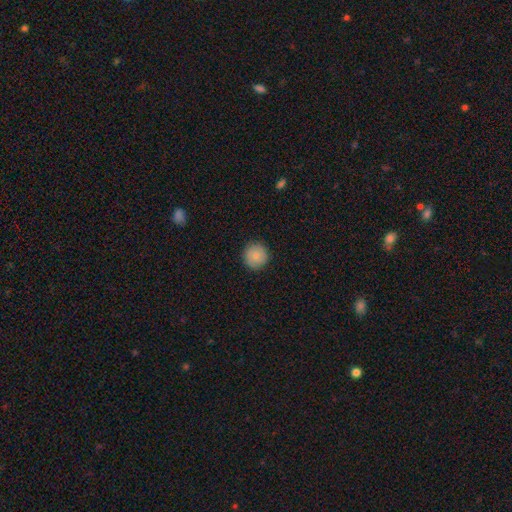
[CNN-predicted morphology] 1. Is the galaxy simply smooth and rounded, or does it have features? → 85% smooth, 8% featured or disk, 8% star or artifact.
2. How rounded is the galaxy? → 94% round, 5% in between, 1% cigar-shaped.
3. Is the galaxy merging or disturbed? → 90% none, 7% minor disturbance, 2% major disturbance, 1% merger.